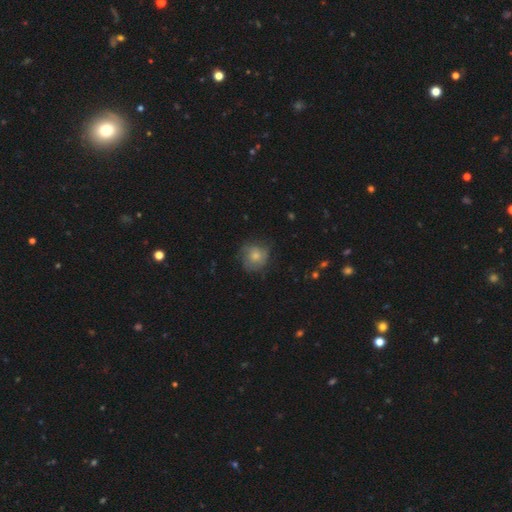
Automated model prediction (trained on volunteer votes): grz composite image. It shows a smooth galaxy with no disk features (64%) that is round (85%). Merging: none (65%).